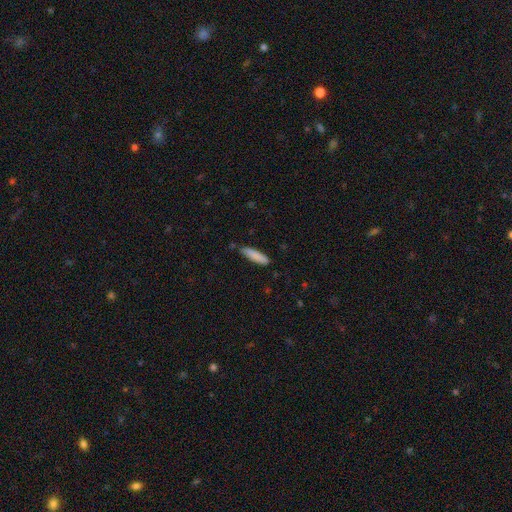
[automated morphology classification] A smooth galaxy with no disk features (86%) that is cigar-shaped (74%).

Vote fractions:
- Smooth or featured? smooth: 86% / featured or disk: 8% / star or artifact: 6%
- How rounded? cigar-shaped: 74% / in between: 25% / round: 1%
- Merging? none: 78% / minor disturbance: 18% / major disturbance: 2% / merger: 2%